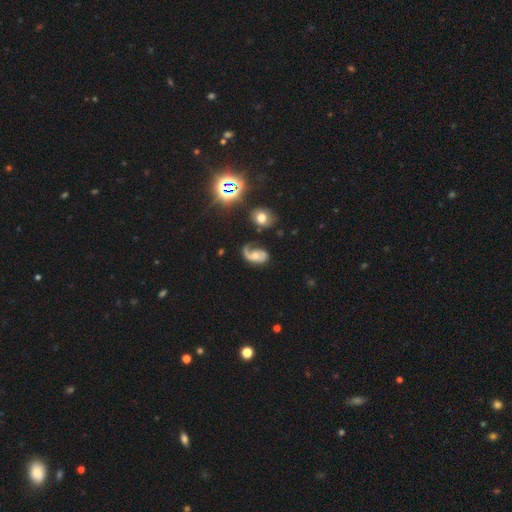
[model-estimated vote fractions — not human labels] A featured or disk galaxy (71%) with no bar (67%), 1 (52%) loose (43%) spiral arms (90%) and a moderate central bulge (45%).

Vote fractions:
- Smooth or featured? featured or disk: 71% / smooth: 19% / star or artifact: 10%
- Edge-on disk? no: 97% / yes: 3%
- Bar? no: 67% / weak: 27% / strong: 6%
- Spiral arms? yes: 90% / no: 10%
- Spiral winding? loose: 43% / medium: 38% / tight: 19%
- Spiral arm count? 1: 52% / 2: 40% / can't tell: 6% / 3: 1% / 4: 1% / more than 4: 1%
- Bulge size? moderate: 45% / small: 38% / none: 9% / large: 6% / dominant: 2%
- Merging? none: 41% / major disturbance: 29% / minor disturbance: 24% / merger: 6%